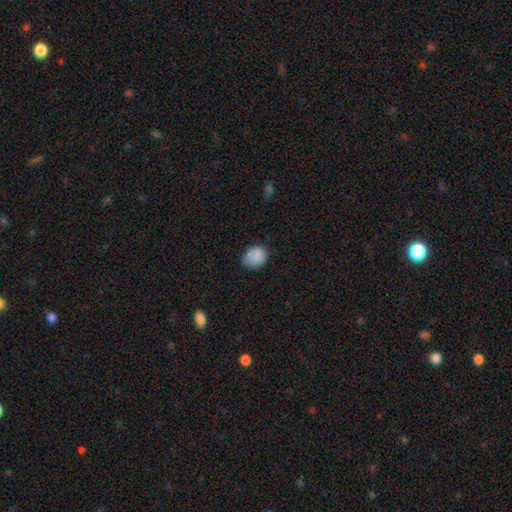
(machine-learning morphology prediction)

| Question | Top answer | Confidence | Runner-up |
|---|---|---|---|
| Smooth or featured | smooth | 86% | star or artifact (8%) |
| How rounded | round | 59% | in between (41%) |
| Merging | none | 68% | minor disturbance (26%) |